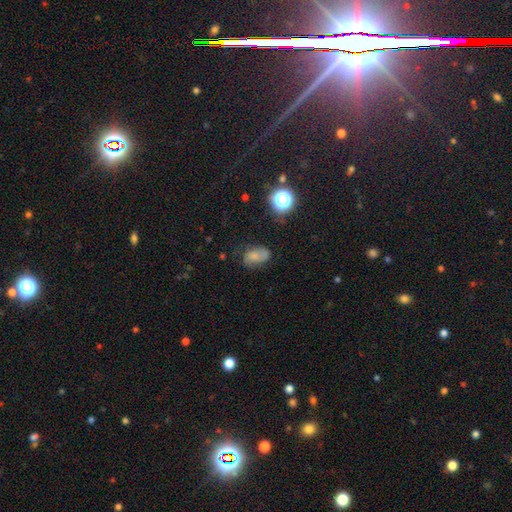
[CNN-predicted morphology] A smooth galaxy with no disk features (62%) that is in between round and cigar-shaped (83%).

Vote fractions:
- Smooth or featured? smooth: 62% / featured or disk: 23% / star or artifact: 14%
- How rounded? in between: 83% / round: 15% / cigar-shaped: 2%
- Merging? none: 58% / minor disturbance: 28% / major disturbance: 11% / merger: 4%